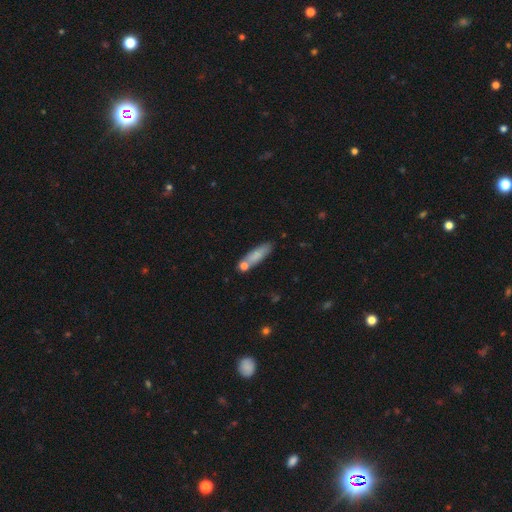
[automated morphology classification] type=smooth (79%); roundness=cigar-shaped (61%); merging=none (68%).